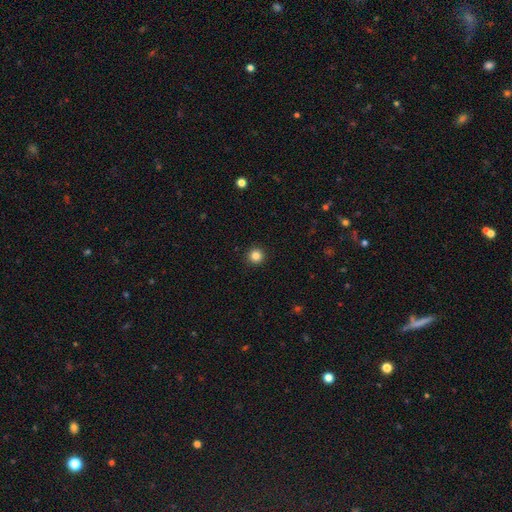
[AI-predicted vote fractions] Smooth or featured: smooth — 84% (star or artifact — 11%)
How rounded: round — 96% (in between — 3%)
Merging: none — 93% (minor disturbance — 4%)